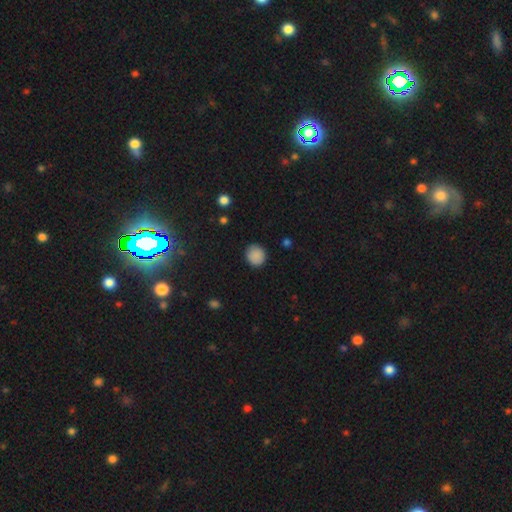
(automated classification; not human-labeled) Smooth or featured? smooth (88%)
How rounded? round (89%)
Merging? none (88%)